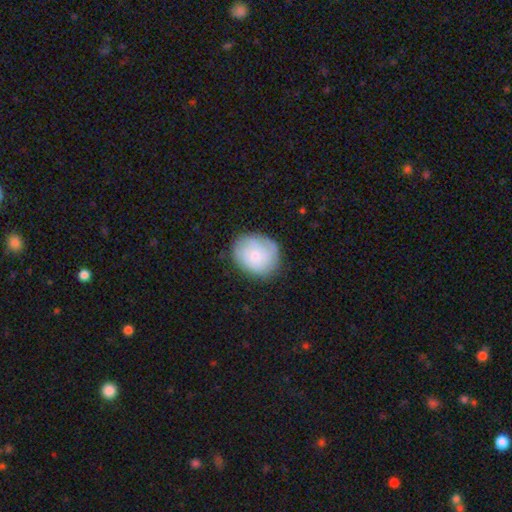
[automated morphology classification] Smooth or featured? smooth (51%)
How rounded? round (67%)
Merging? none (76%)